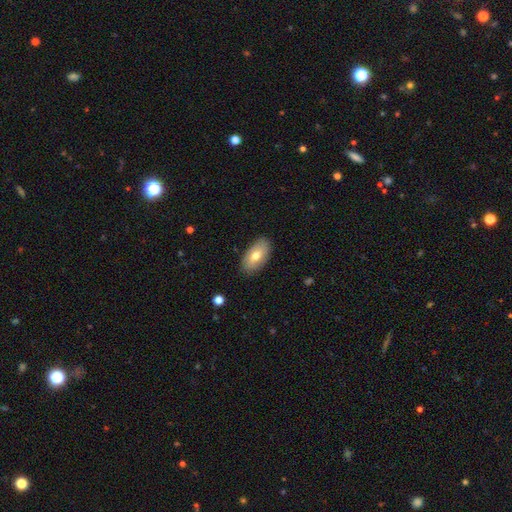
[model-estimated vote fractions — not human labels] Q: Smooth or featured?
A: smooth (69%); runner-up: featured or disk (25%)
Q: How rounded?
A: in between (93%); runner-up: round (4%)
Q: Merging?
A: none (86%); runner-up: minor disturbance (10%)